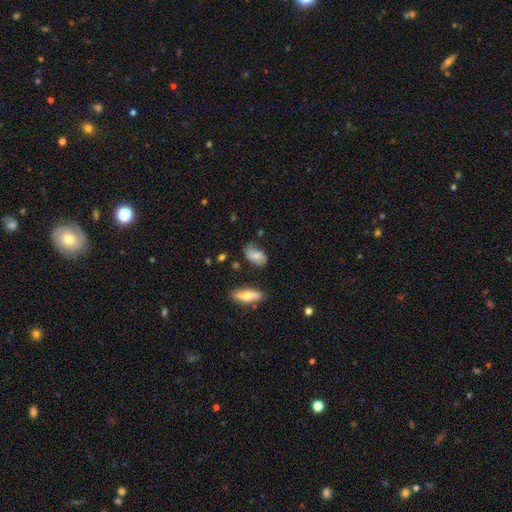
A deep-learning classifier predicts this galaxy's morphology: Smooth or featured?
  - smooth: 72% *
  - featured or disk: 19%
  - star or artifact: 8%
How rounded?
  - in between: 91% *
  - round: 6%
  - cigar-shaped: 3%
Merging?
  - none: 54% *
  - minor disturbance: 32%
  - major disturbance: 9%
  - merger: 4%